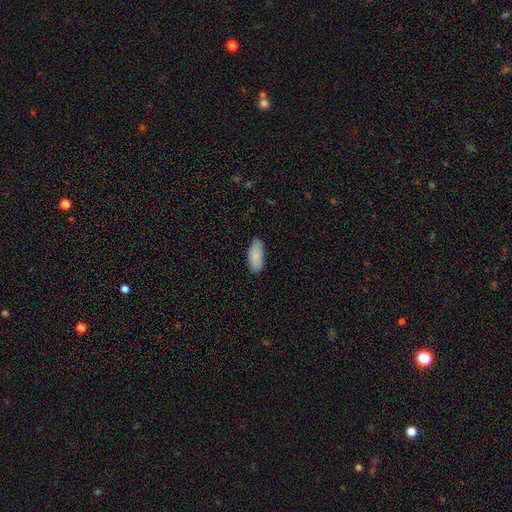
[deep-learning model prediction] Q: Smooth or featured?
A: smooth (88%); runner-up: star or artifact (6%)
Q: How rounded?
A: in between (87%); runner-up: cigar-shaped (11%)
Q: Merging?
A: none (86%); runner-up: minor disturbance (11%)